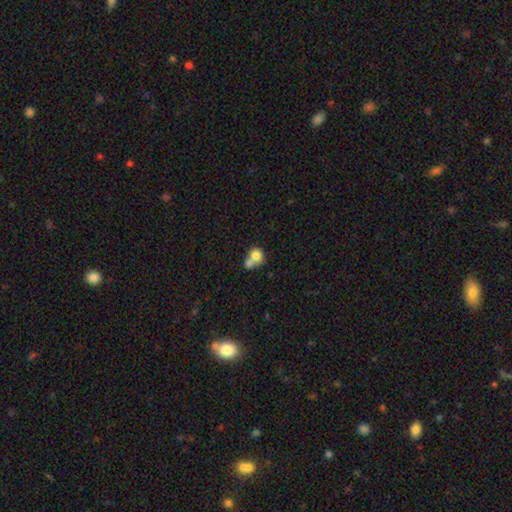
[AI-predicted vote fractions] Overall: smooth (78%). How rounded: round (74%). Merging: merger (58%; none 31%).